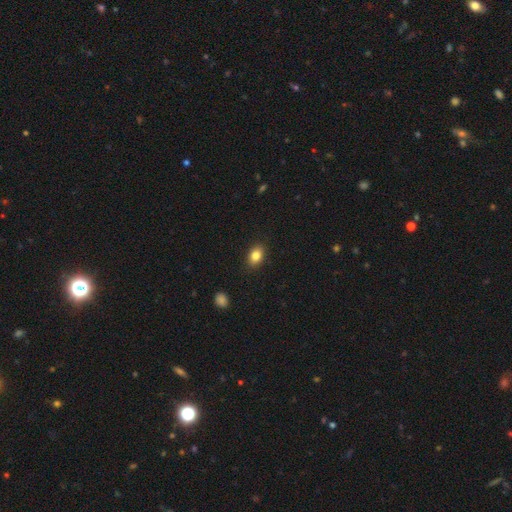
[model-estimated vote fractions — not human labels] smooth_or_featured: smooth (p=0.83) [alt: star or artifact p=0.09]
how_rounded: in between (p=0.79) [alt: round p=0.19]
merging: none (p=0.88) [alt: minor disturbance p=0.09]